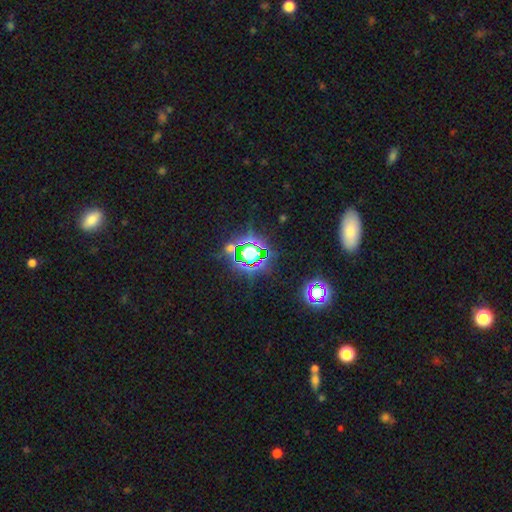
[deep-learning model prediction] A star or artifact, not a galaxy (72%).

Vote fractions:
- Smooth or featured? star or artifact: 72% / smooth: 17% / featured or disk: 11%